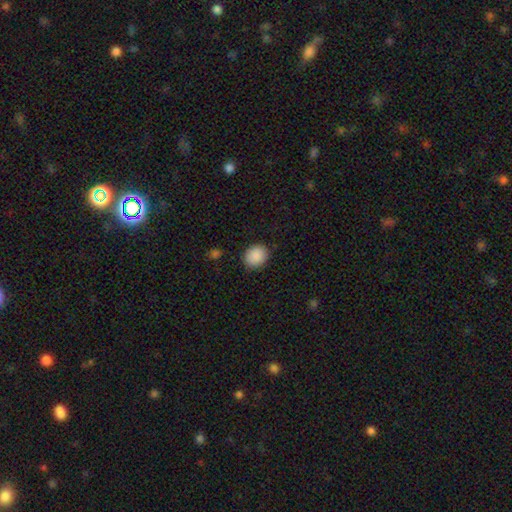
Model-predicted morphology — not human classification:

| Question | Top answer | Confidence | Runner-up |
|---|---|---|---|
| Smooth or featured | smooth | 89% | star or artifact (8%) |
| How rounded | round | 64% | in between (36%) |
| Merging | none | 86% | minor disturbance (10%) |